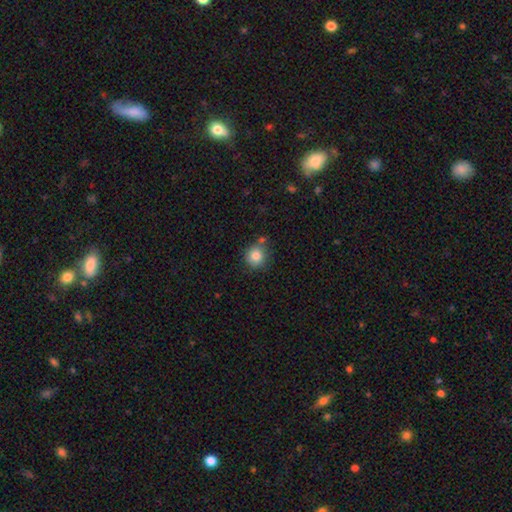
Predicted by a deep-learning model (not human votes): Q: Smooth or featured?
A: smooth (85%); runner-up: star or artifact (10%)
Q: How rounded?
A: round (90%); runner-up: in between (9%)
Q: Merging?
A: none (74%); runner-up: minor disturbance (14%)